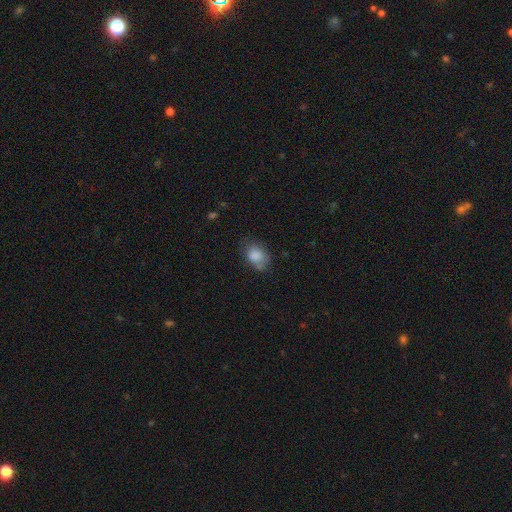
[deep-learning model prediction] Q: Smooth or featured?
A: smooth (82%); runner-up: featured or disk (9%)
Q: How rounded?
A: in between (69%); runner-up: round (30%)
Q: Merging?
A: none (56%); runner-up: minor disturbance (29%)